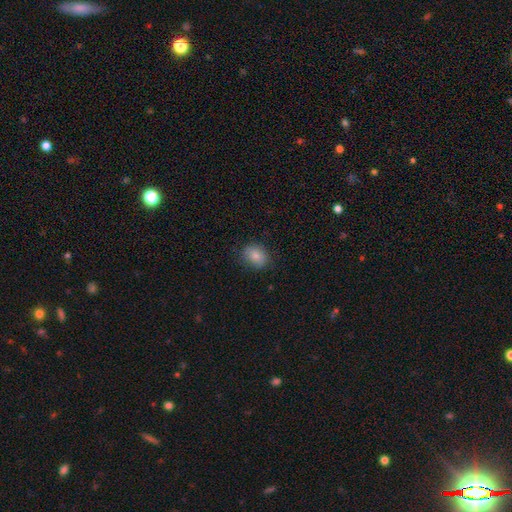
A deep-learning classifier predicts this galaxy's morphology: smooth_or_featured: smooth (p=0.82) [alt: featured or disk p=0.10]
how_rounded: round (p=0.50) [alt: in between p=0.49]
merging: none (p=0.80) [alt: minor disturbance p=0.15]